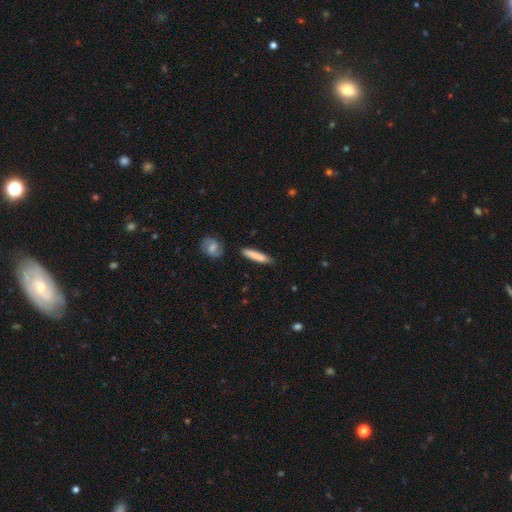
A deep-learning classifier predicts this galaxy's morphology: Smooth or featured: smooth — 79% (featured or disk — 15%)
How rounded: cigar-shaped — 89% (in between — 10%)
Merging: none — 85% (minor disturbance — 11%)